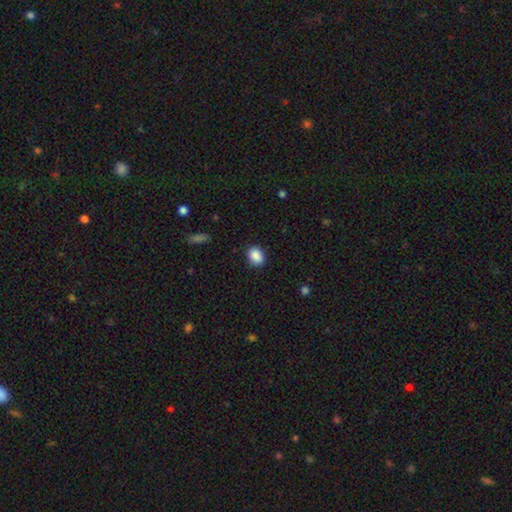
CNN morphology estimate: smooth-or-featured: smooth: 88% | star or artifact: 8% | featured or disk: 4%
  how-rounded: in between: 63% | round: 36% | cigar-shaped: 1%
  merging: none: 86% | minor disturbance: 10% | major disturbance: 2% | merger: 1%